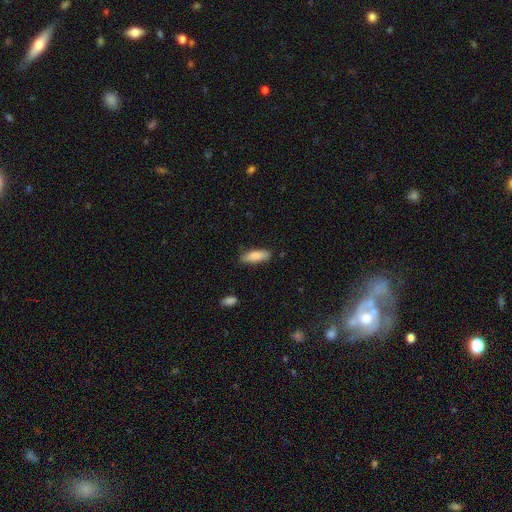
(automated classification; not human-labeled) A smooth galaxy with no disk features (85%) that is in between round and cigar-shaped (58%).

Vote fractions:
- Smooth or featured? smooth: 85% / featured or disk: 9% / star or artifact: 6%
- How rounded? in between: 58% / cigar-shaped: 40% / round: 2%
- Merging? none: 79% / minor disturbance: 17% / major disturbance: 3% / merger: 2%